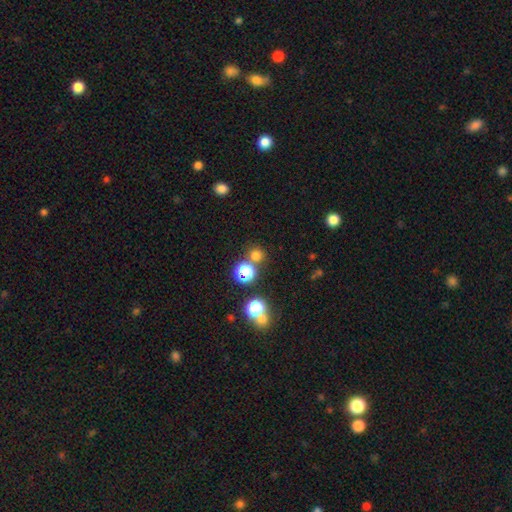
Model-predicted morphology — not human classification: Overall: smooth (69%). How rounded: round (91%). Merging: none (73%).